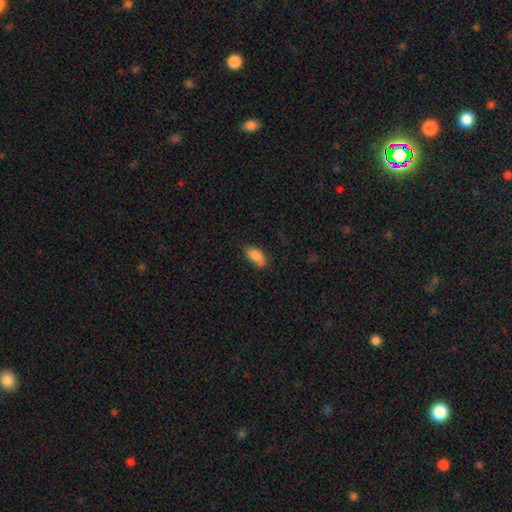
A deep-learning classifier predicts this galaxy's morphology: The model was most divided on "merging": none: 62%, minor disturbance: 26%, merger: 6%, major disturbance: 5%. More confident: how rounded — in between (89%); smooth or featured — smooth (84%).